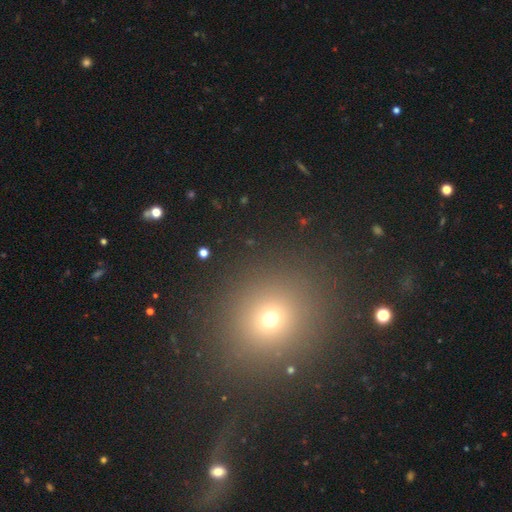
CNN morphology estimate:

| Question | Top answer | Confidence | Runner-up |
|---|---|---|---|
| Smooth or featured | smooth | 51% | star or artifact (42%) |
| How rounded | round | 85% | in between (13%) |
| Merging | none | 89% | minor disturbance (5%) |